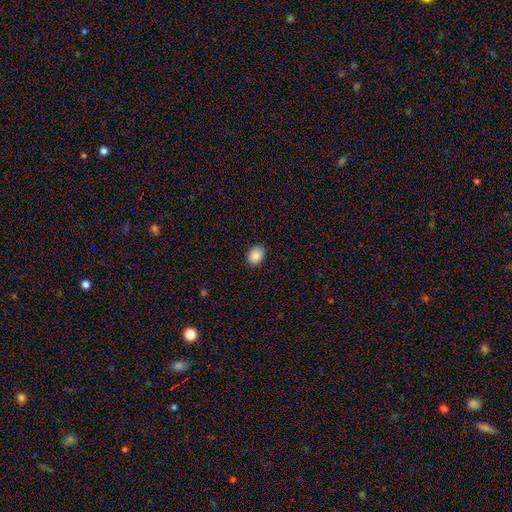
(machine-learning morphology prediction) smooth-or-featured: smooth: 89% | star or artifact: 8% | featured or disk: 3%
  how-rounded: in between: 68% | round: 31% | cigar-shaped: 1%
  merging: none: 88% | minor disturbance: 9% | major disturbance: 2% | merger: 1%